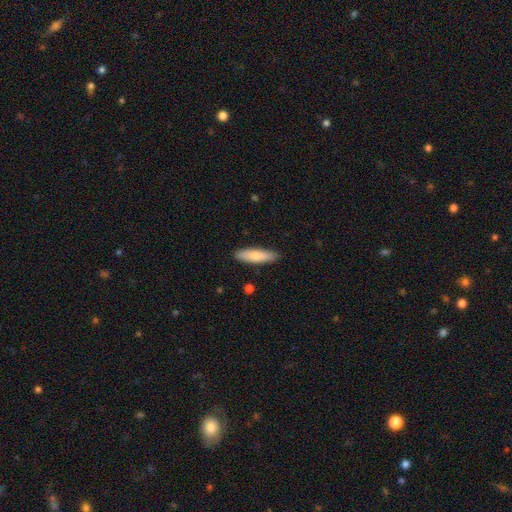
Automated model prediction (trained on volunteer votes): Smooth or featured: smooth — 76% (featured or disk — 18%)
How rounded: cigar-shaped — 65% (in between — 34%)
Merging: none — 88% (minor disturbance — 9%)